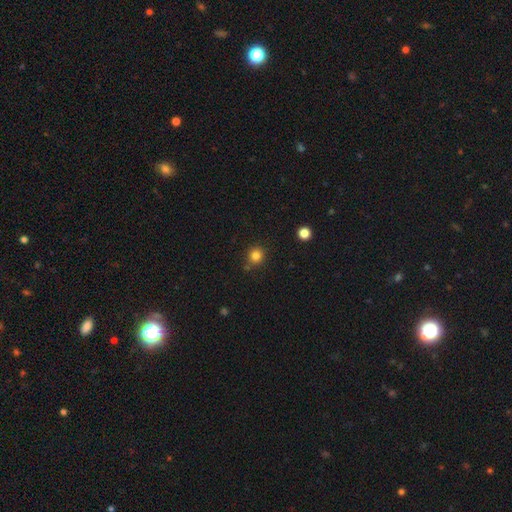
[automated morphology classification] Smooth or featured: smooth — 83% (star or artifact — 12%)
How rounded: round — 92% (in between — 7%)
Merging: none — 82% (minor disturbance — 10%)